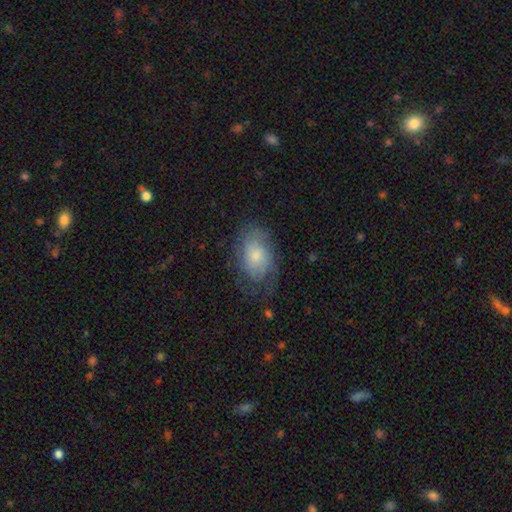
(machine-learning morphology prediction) Q: Smooth or featured?
A: smooth (49%); runner-up: featured or disk (43%)
Q: Merging?
A: none (55%); runner-up: minor disturbance (26%)